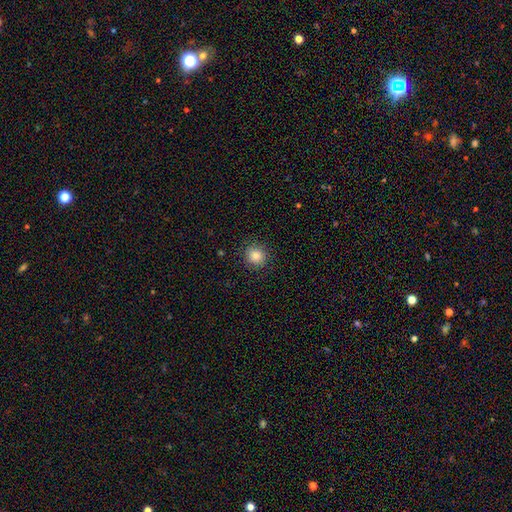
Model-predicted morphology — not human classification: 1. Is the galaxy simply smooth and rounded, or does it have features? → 84% smooth, 10% star or artifact, 6% featured or disk.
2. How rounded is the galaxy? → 91% round, 9% in between, 1% cigar-shaped.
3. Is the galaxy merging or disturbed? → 89% none, 7% minor disturbance, 2% major disturbance, 1% merger.